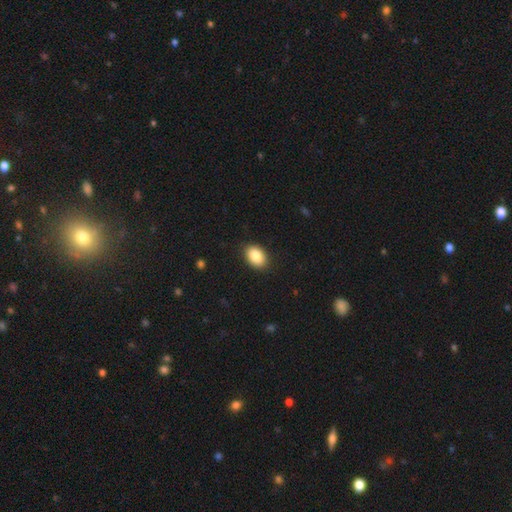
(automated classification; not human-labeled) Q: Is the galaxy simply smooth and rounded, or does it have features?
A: smooth — 87%.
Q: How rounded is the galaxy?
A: in between — 82%.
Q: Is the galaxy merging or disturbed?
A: none — 89%.